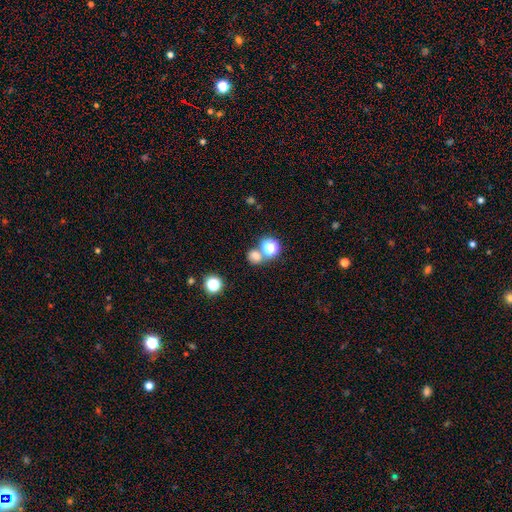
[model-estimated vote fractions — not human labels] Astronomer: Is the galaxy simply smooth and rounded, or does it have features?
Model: smooth — 68%.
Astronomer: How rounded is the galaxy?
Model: round — 71%.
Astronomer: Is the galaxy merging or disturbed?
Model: none — 57%.